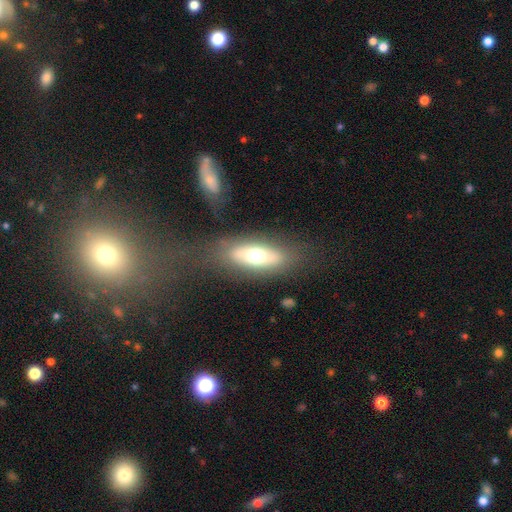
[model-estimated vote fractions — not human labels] The model was most divided on "smooth or featured": smooth: 57%, featured or disk: 35%, star or artifact: 8%. More confident: how rounded — in between (77%); merging — none (73%).